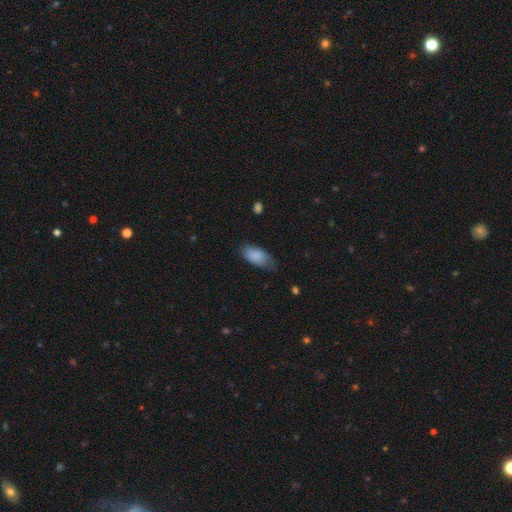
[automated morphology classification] A smooth galaxy with no disk features (85%) that is in between round and cigar-shaped (91%).

Vote fractions:
- Smooth or featured? smooth: 85% / featured or disk: 9% / star or artifact: 7%
- How rounded? in between: 91% / cigar-shaped: 7% / round: 3%
- Merging? none: 55% / minor disturbance: 34% / major disturbance: 9% / merger: 2%